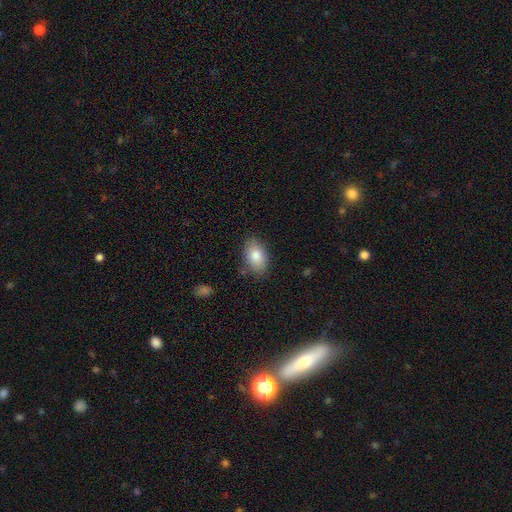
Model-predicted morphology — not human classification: Smooth or featured?
  - smooth: 83% *
  - featured or disk: 10%
  - star or artifact: 7%
How rounded?
  - in between: 90% *
  - round: 9%
  - cigar-shaped: 2%
Merging?
  - none: 81% *
  - minor disturbance: 14%
  - major disturbance: 3%
  - merger: 2%